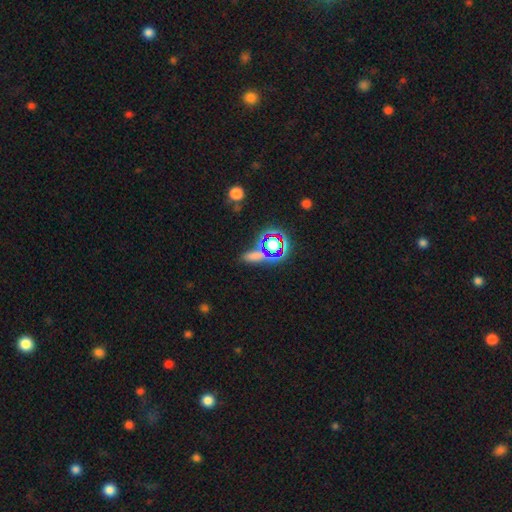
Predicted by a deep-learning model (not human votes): Morphology: type=smooth (52%); roundness=in between (47%); merging=none (69%).